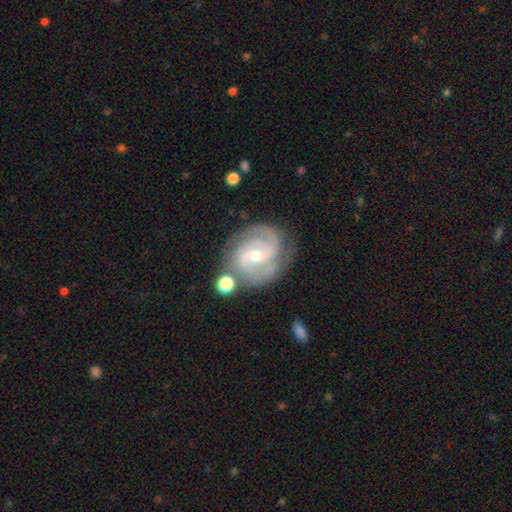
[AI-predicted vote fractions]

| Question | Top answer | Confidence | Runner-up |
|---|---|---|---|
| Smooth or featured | featured or disk | 89% | smooth (6%) |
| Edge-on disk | no | 97% | yes (3%) |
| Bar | weak | 46% | no (38%) |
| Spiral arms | yes | 98% | no (2%) |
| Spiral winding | tight | 53% | medium (40%) |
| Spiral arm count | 2 | 42% | 3 (35%) |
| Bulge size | moderate | 51% | small (46%) |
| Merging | none | 73% | minor disturbance (16%) |